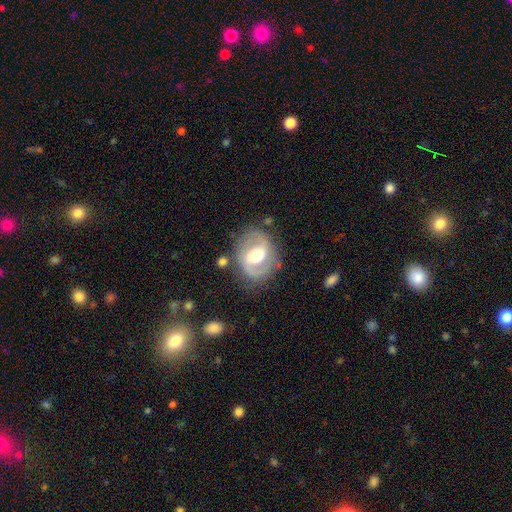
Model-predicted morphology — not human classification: A featured or disk galaxy (78%) with a weak bar (48%), 2 (86%) medium (51%) spiral arms (86%) and a moderate central bulge (64%).

Vote fractions:
- Smooth or featured? featured or disk: 78% / smooth: 17% / star or artifact: 6%
- Edge-on disk? no: 97% / yes: 3%
- Bar? weak: 48% / strong: 30% / no: 22%
- Spiral arms? yes: 86% / no: 14%
- Spiral winding? medium: 51% / tight: 26% / loose: 23%
- Spiral arm count? 2: 86% / can't tell: 6% / 1: 5% / 3: 1% / 4: 1% / more than 4: 1%
- Bulge size? moderate: 64% / large: 22% / small: 11% / dominant: 2% / none: 1%
- Merging? none: 76% / minor disturbance: 15% / major disturbance: 7% / merger: 3%